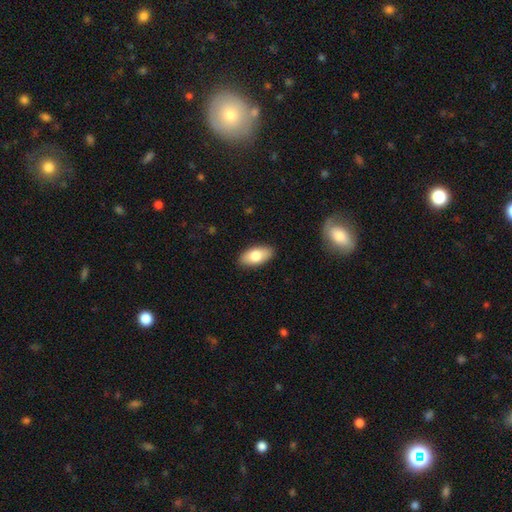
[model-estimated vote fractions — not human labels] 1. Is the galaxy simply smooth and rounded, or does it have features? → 78% smooth, 16% featured or disk, 6% star or artifact.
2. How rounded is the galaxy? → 91% in between, 6% cigar-shaped, 3% round.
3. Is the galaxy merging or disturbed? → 89% none, 8% minor disturbance, 2% major disturbance, 1% merger.